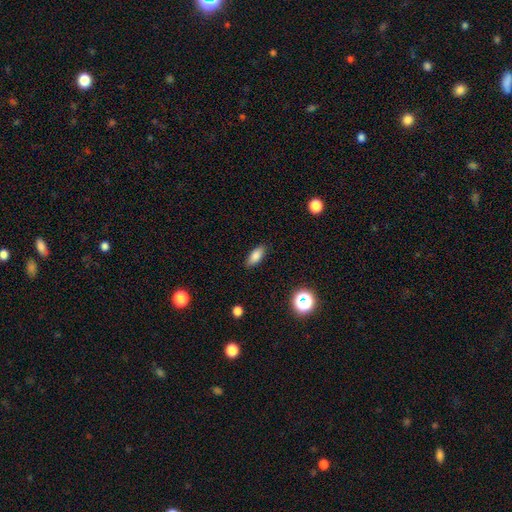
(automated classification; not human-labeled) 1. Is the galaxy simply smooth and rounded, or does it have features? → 83% smooth, 9% star or artifact, 8% featured or disk.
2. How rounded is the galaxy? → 80% in between, 16% cigar-shaped, 4% round.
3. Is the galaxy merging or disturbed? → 88% none, 9% minor disturbance, 2% major disturbance, 1% merger.